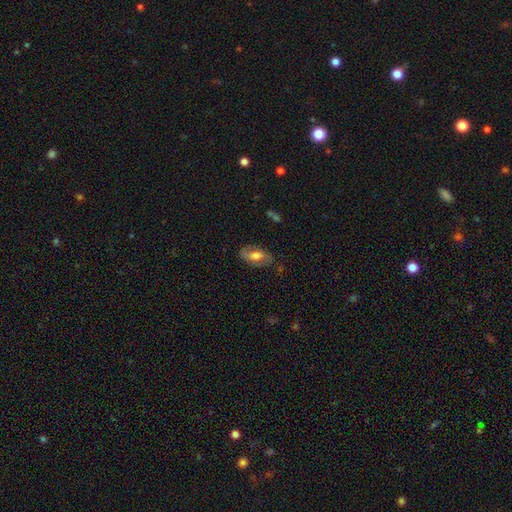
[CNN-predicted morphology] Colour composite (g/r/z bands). It shows a featured or disk galaxy (49%). Merging: none (76%).